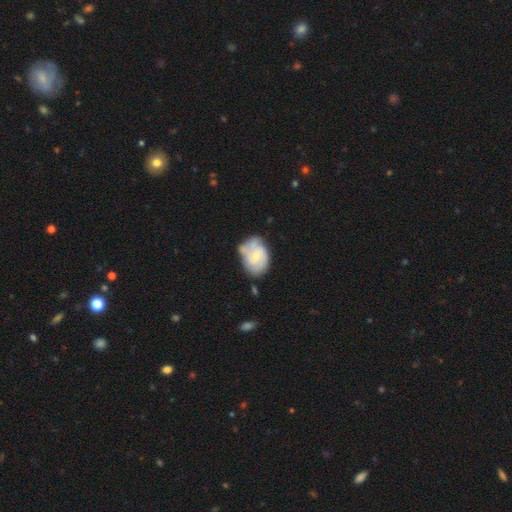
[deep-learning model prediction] Smooth or featured: featured or disk — 57% (smooth — 37%)
Edge-on disk: no — 97% (yes — 3%)
Bar: no — 57% (weak — 37%)
Spiral arms: yes — 73% (no — 27%)
Bulge size: small — 61% (moderate — 32%)
Merging: none — 48% (minor disturbance — 31%)